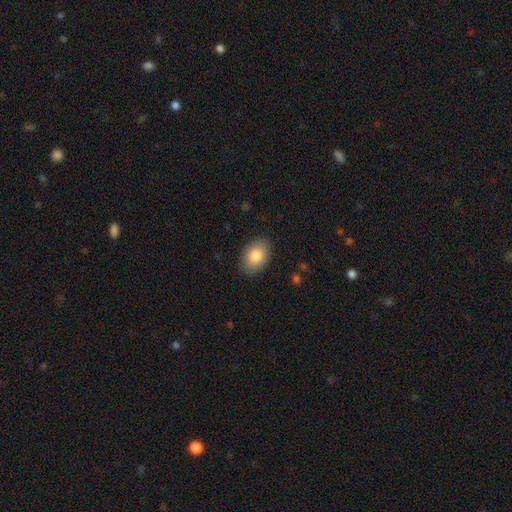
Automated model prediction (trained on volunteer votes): smooth-or-featured: smooth: 84% | featured or disk: 9% | star or artifact: 7%
  how-rounded: in between: 84% | round: 15% | cigar-shaped: 1%
  merging: none: 87% | minor disturbance: 10% | major disturbance: 2% | merger: 1%